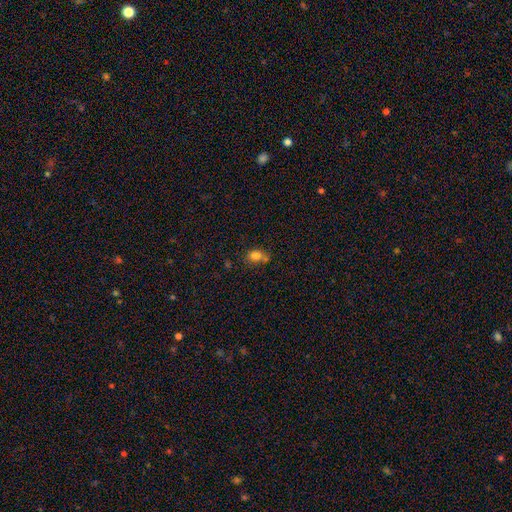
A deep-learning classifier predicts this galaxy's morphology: The model was most divided on "merging": none: 46%, merger: 23%, minor disturbance: 23%, major disturbance: 8%. More confident: smooth or featured — smooth (79%); how rounded — in between (69%).